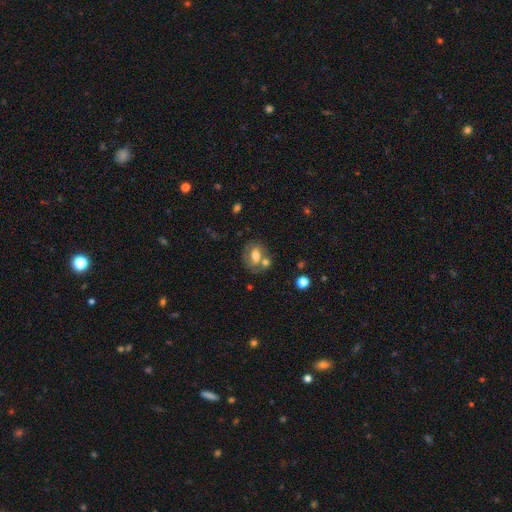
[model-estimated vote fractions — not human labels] Smooth or featured? smooth (55%)
How rounded? in between (63%)
Merging? none (46%)